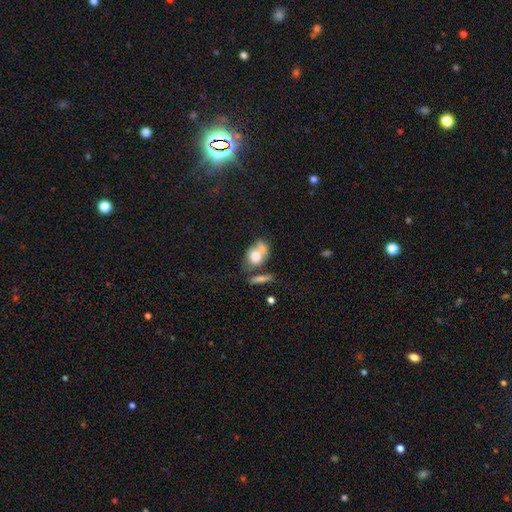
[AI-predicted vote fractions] smooth_or_featured: smooth (p=0.69) [alt: featured or disk p=0.22]
how_rounded: in between (p=0.62) [alt: round p=0.35]
merging: merger (p=0.48) [alt: none p=0.29]